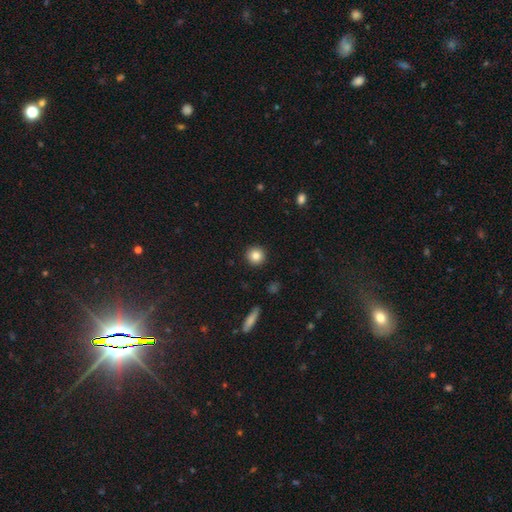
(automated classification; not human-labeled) Overall: smooth (84%). How rounded: round (94%). Merging: none (92%).